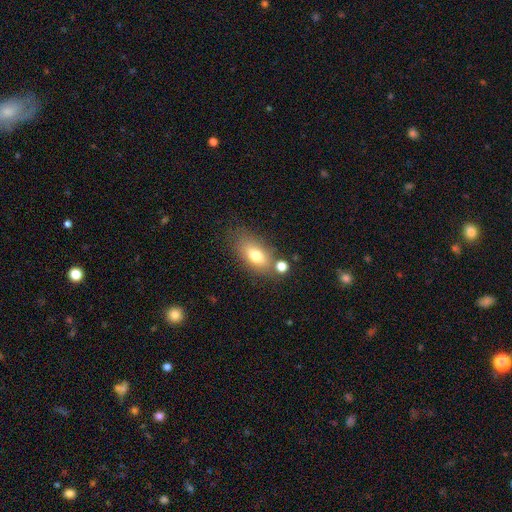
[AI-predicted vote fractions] smooth-or-featured: smooth: 74% | featured or disk: 16% | star or artifact: 10%
  how-rounded: in between: 85% | round: 8% | cigar-shaped: 7%
  merging: none: 65% | minor disturbance: 16% | merger: 13% | major disturbance: 6%